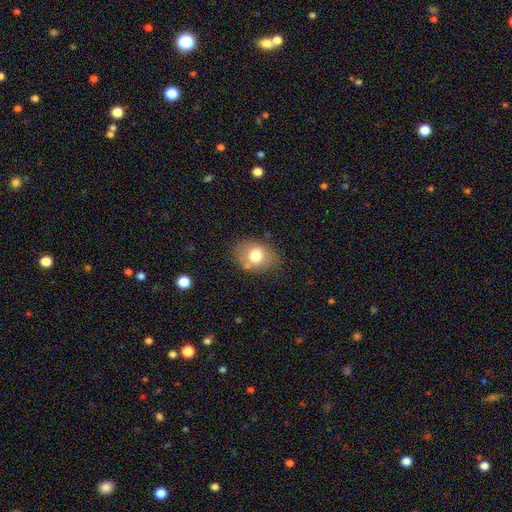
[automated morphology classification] Smooth or featured?
  - smooth: 72% *
  - featured or disk: 18%
  - star or artifact: 9%
How rounded?
  - in between: 65% *
  - round: 34%
  - cigar-shaped: 1%
Merging?
  - none: 69% *
  - minor disturbance: 22%
  - major disturbance: 7%
  - merger: 3%